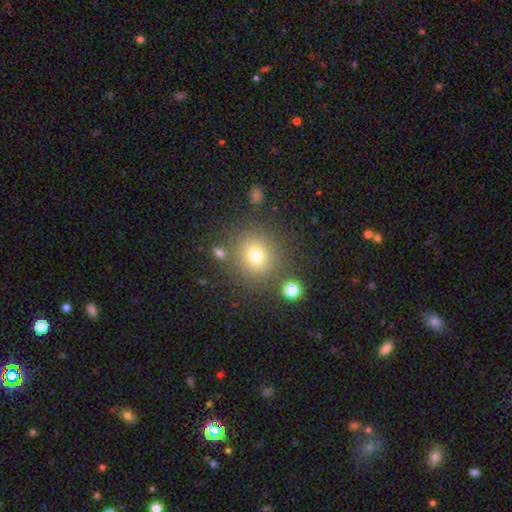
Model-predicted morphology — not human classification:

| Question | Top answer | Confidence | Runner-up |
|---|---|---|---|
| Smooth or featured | smooth | 73% | star or artifact (16%) |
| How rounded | round | 87% | in between (12%) |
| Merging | none | 79% | minor disturbance (10%) |